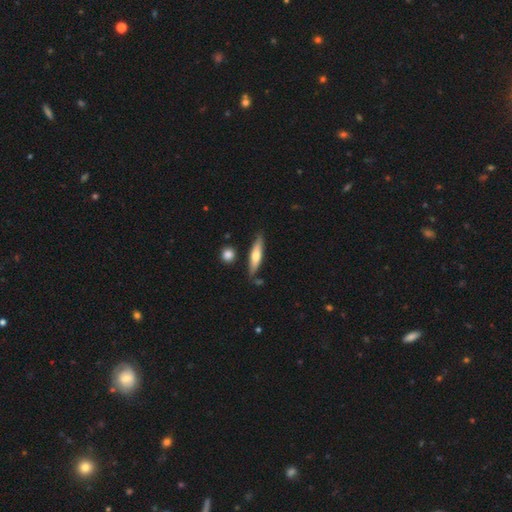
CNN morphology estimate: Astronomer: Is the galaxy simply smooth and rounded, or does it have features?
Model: smooth — 53% (runner-up: featured or disk, 41%).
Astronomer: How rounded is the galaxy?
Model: cigar-shaped — 79%.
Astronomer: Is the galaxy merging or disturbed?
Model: none — 81%.